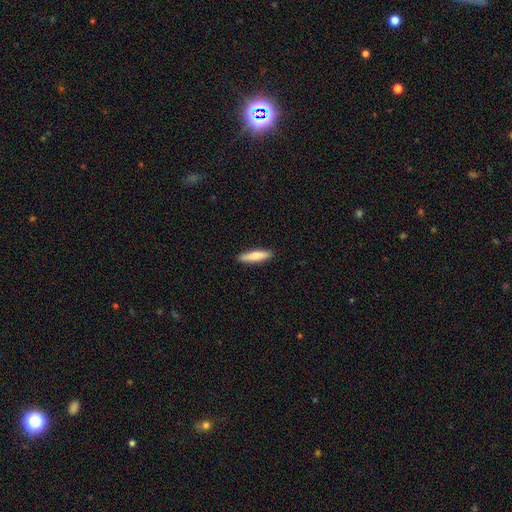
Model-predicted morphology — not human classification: A smooth galaxy with no disk features (77%) that is cigar-shaped (79%).

Vote fractions:
- Smooth or featured? smooth: 77% / featured or disk: 17% / star or artifact: 5%
- How rounded? cigar-shaped: 79% / in between: 20% / round: 1%
- Merging? none: 90% / minor disturbance: 7% / major disturbance: 2% / merger: 1%